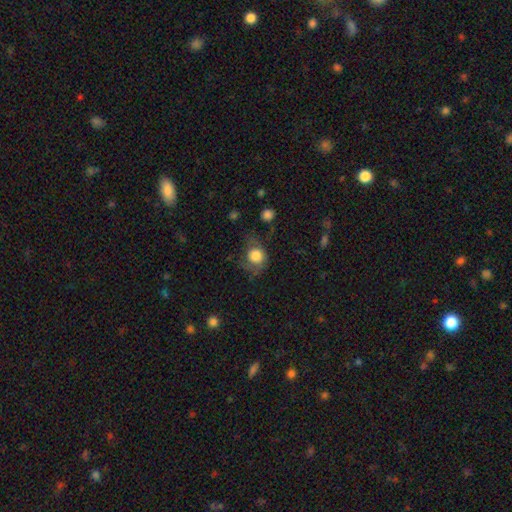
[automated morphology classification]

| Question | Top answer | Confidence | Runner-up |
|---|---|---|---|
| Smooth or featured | smooth | 76% | featured or disk (16%) |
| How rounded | round | 74% | in between (25%) |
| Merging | none | 42% | minor disturbance (28%) |